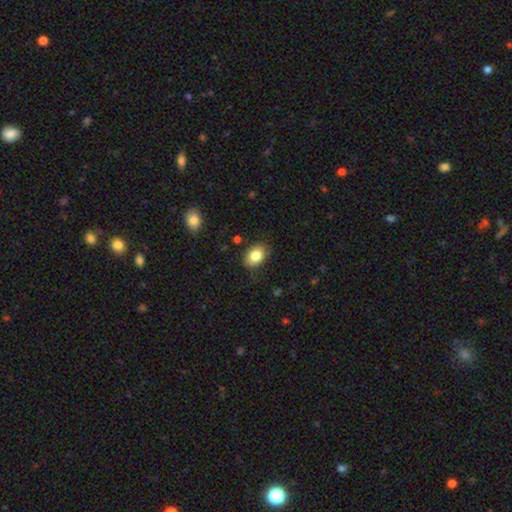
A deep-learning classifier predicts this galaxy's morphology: Smooth or featured?
  - smooth: 82% *
  - featured or disk: 9%
  - star or artifact: 8%
How rounded?
  - in between: 81% *
  - round: 18%
  - cigar-shaped: 1%
Merging?
  - none: 81% *
  - minor disturbance: 14%
  - major disturbance: 3%
  - merger: 1%